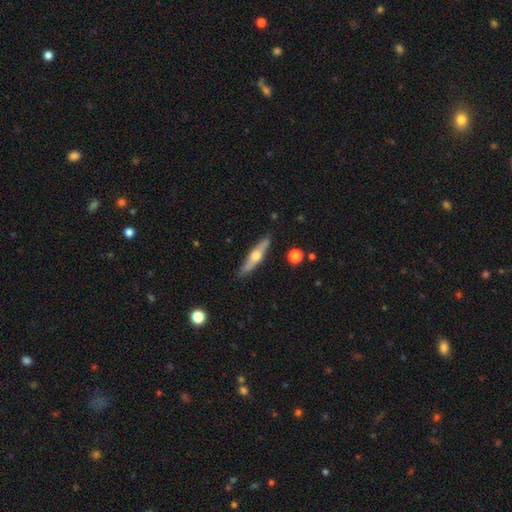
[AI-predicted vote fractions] featured or disk 59%, smooth 35%, star or artifact 6%. Down the decision tree: edge-on disk — yes (93%); edge-on bulge — rounded (93%); merging — none (88%).